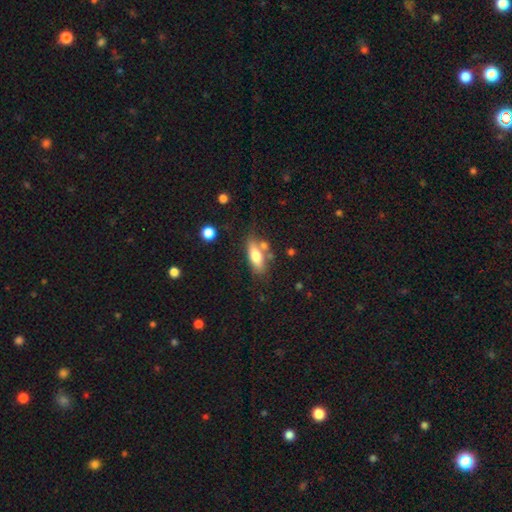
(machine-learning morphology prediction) type=smooth (69%); roundness=in between (66%); merging=none (60%).